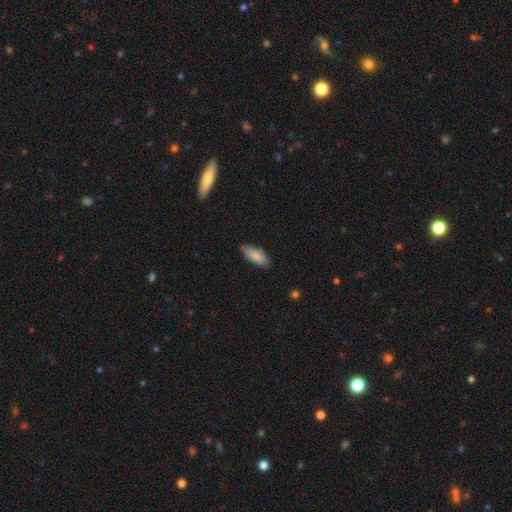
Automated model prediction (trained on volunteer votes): Smooth or featured: smooth — 85% (featured or disk — 9%)
How rounded: in between — 76% (cigar-shaped — 22%)
Merging: none — 80% (minor disturbance — 17%)